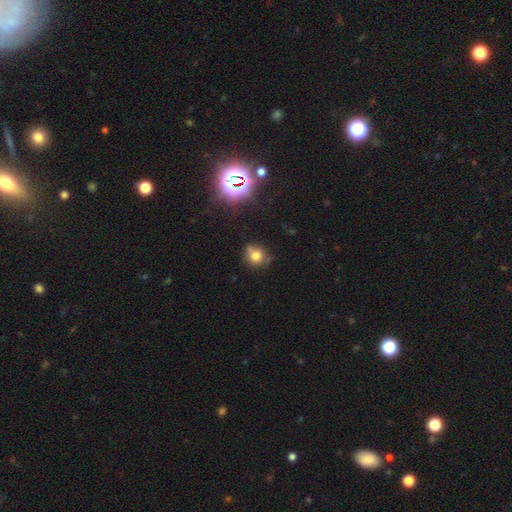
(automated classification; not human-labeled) This is likely a smooth galaxy (72%). How rounded: clearly round (82%). Merging: likely none (62%).